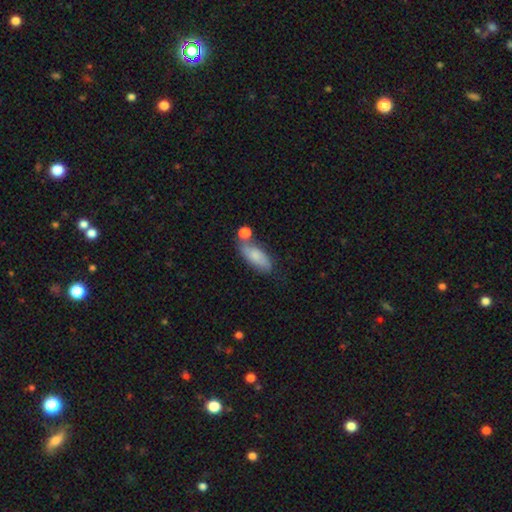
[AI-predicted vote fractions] The model was most divided on "merging": none: 50%, merger: 22%, minor disturbance: 21%, major disturbance: 7%. More confident: how rounded — in between (78%); smooth or featured — smooth (72%).